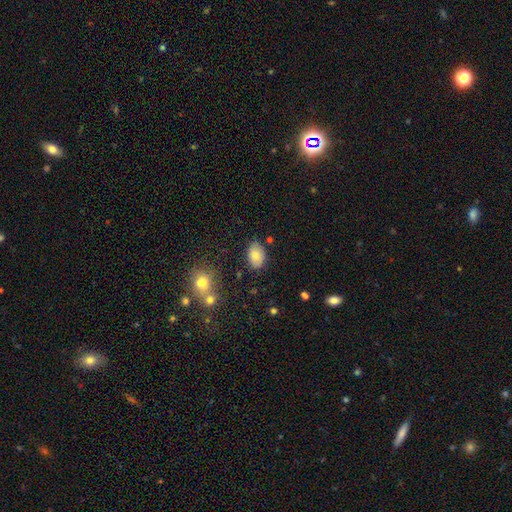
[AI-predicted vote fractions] Overall: smooth (80%). How rounded: in between (86%). Merging: none (81%).